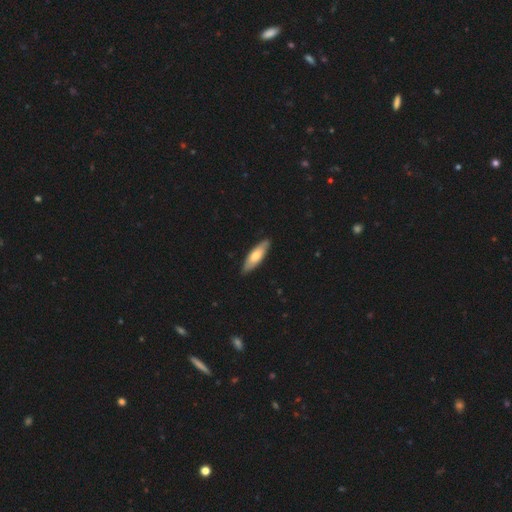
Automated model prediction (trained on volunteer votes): smooth 65%, featured or disk 30%, star or artifact 5%. Down the decision tree: how rounded — in between (50%); merging — none (87%).